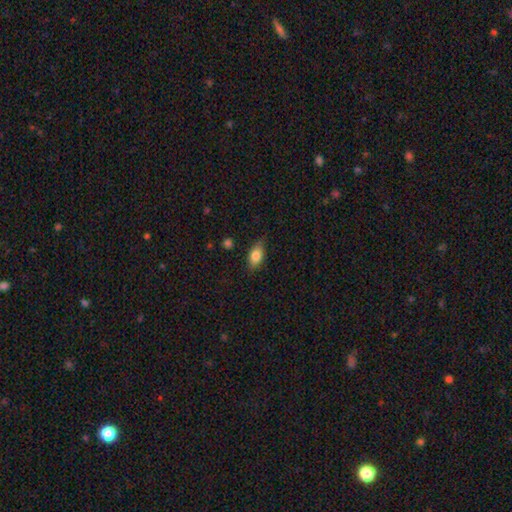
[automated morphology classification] A smooth galaxy with no disk features (79%) that is in between round and cigar-shaped (86%).

Vote fractions:
- Smooth or featured? smooth: 79% / featured or disk: 13% / star or artifact: 7%
- How rounded? in between: 86% / cigar-shaped: 8% / round: 6%
- Merging? none: 76% / minor disturbance: 19% / major disturbance: 3% / merger: 2%